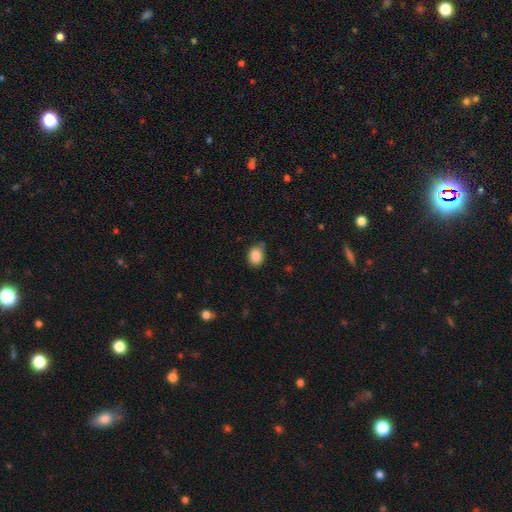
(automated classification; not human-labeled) Q: Smooth or featured?
A: smooth (86%); runner-up: star or artifact (9%)
Q: How rounded?
A: in between (59%); runner-up: round (40%)
Q: Merging?
A: none (76%); runner-up: minor disturbance (19%)